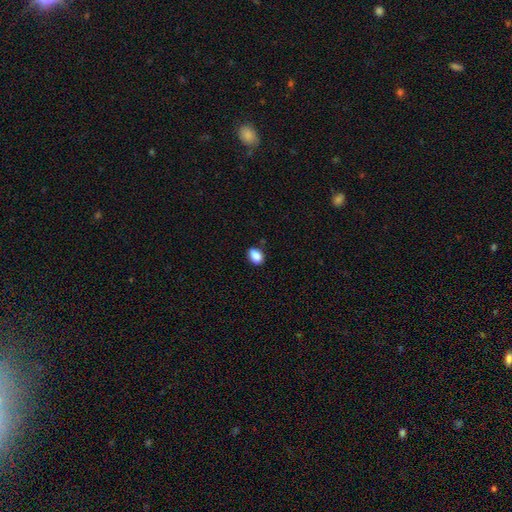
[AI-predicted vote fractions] Smooth or featured: smooth — 88% (star or artifact — 8%)
How rounded: in between — 75% (round — 23%)
Merging: none — 81% (minor disturbance — 14%)